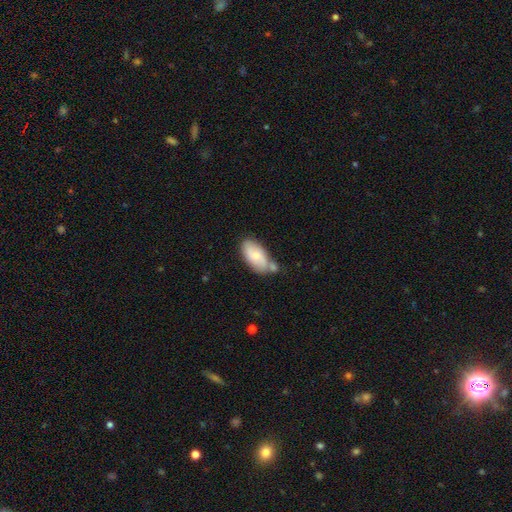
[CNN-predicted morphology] Smooth or featured?
  - smooth: 64% *
  - featured or disk: 30%
  - star or artifact: 6%
How rounded?
  - in between: 92% *
  - cigar-shaped: 5%
  - round: 3%
Merging?
  - none: 50% *
  - merger: 25%
  - minor disturbance: 20%
  - major disturbance: 5%